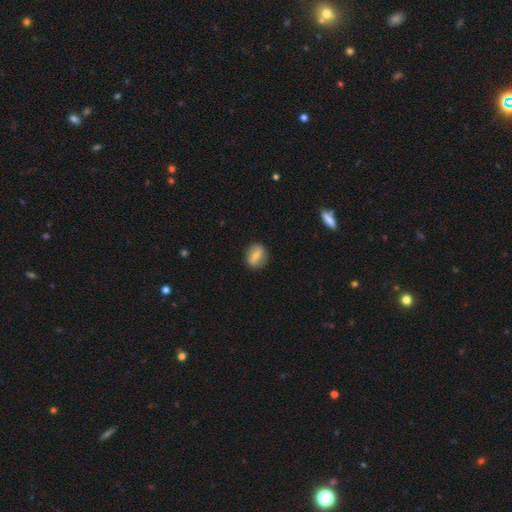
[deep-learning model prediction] Q: Smooth or featured?
A: smooth (56%); runner-up: featured or disk (37%)
Q: How rounded?
A: round (52%); runner-up: in between (44%)
Q: Merging?
A: none (86%); runner-up: minor disturbance (10%)